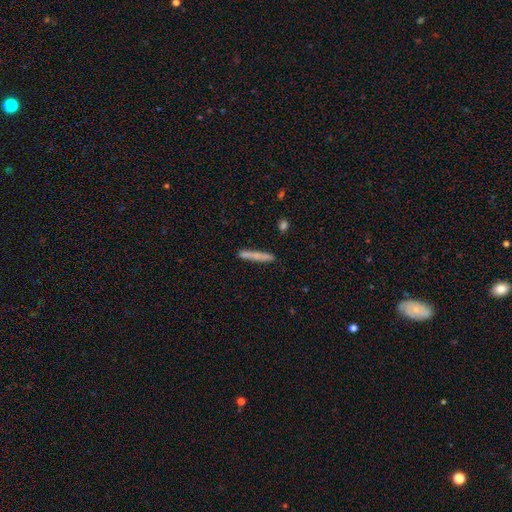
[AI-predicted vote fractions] The model was most divided on "smooth or featured": smooth: 73%, featured or disk: 20%, star or artifact: 7%. More confident: how rounded — cigar-shaped (95%); merging — none (83%).